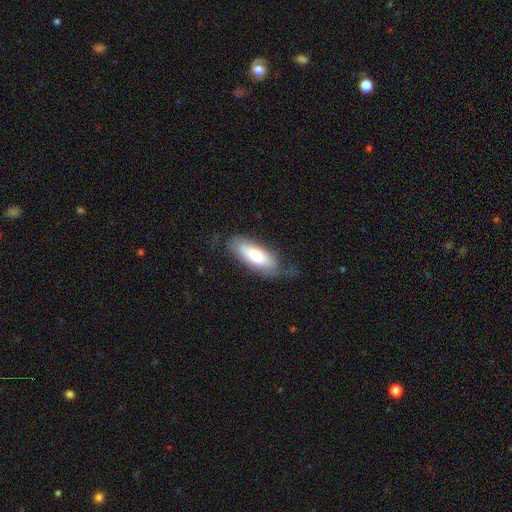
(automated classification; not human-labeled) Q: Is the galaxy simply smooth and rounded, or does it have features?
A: smooth — 65%.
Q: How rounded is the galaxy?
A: in between — 73%.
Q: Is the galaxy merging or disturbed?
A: none — 58%.